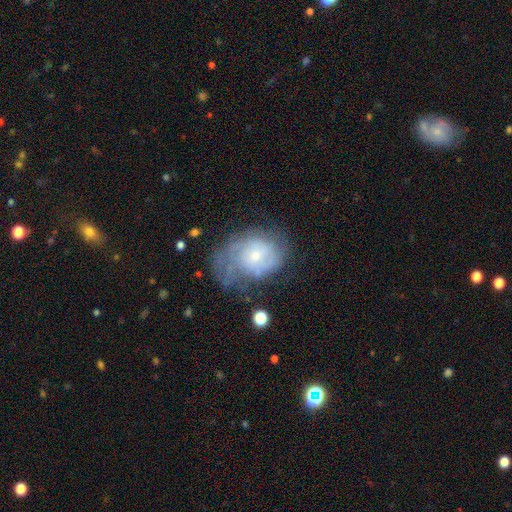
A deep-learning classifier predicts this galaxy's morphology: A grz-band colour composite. It shows a featured or disk galaxy (65%) with no bar (74%), spiral arms (77%) and a small central bulge (61%). Merging: none (41%).